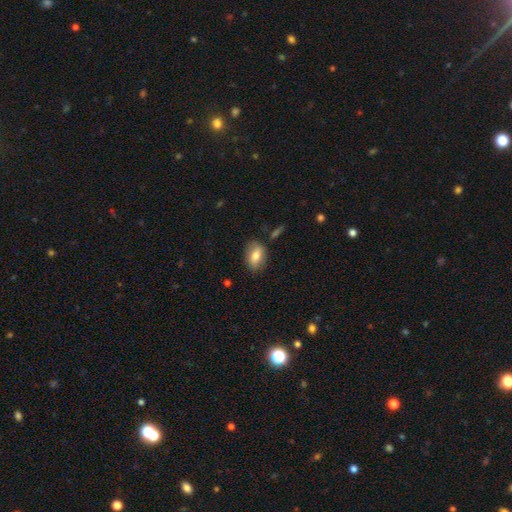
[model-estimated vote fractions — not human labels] Morphology: type=smooth (74%); roundness=in between (84%); merging=none (81%).